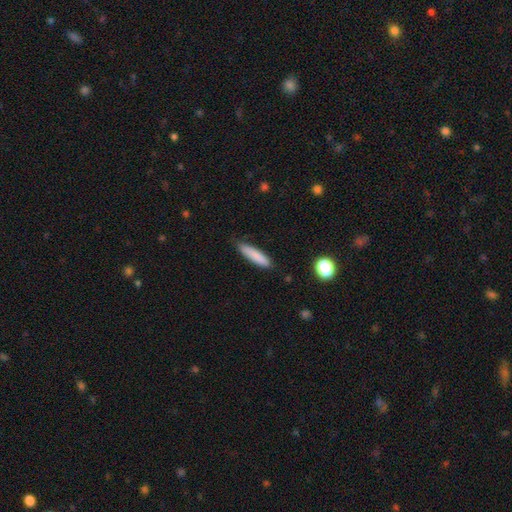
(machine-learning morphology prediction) type=smooth (85%); roundness=cigar-shaped (79%); merging=none (80%).